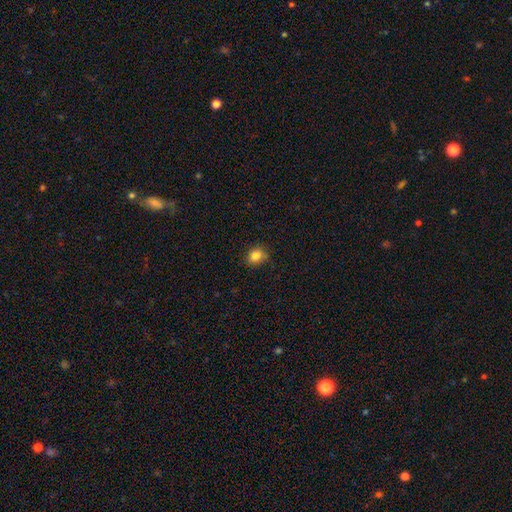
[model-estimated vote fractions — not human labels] Smooth or featured? smooth (85%)
How rounded? round (62%)
Merging? none (83%)